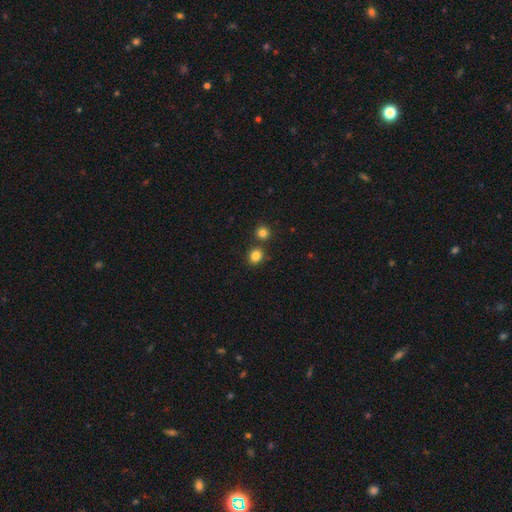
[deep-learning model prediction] This is clearly a smooth galaxy (83%). How rounded: likely round (72%). Merging: likely none (75%).